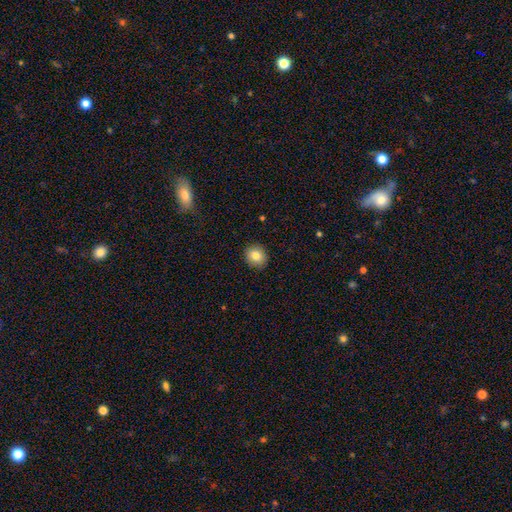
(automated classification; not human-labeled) The model was most divided on "how rounded": round: 82%, in between: 17%, cigar-shaped: 1%. More confident: merging — none (91%); smooth or featured — smooth (82%).